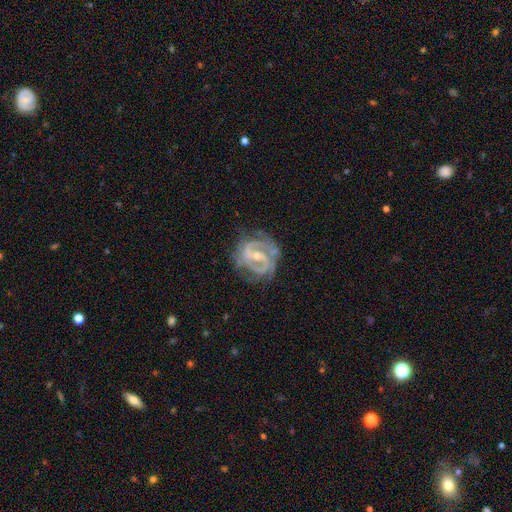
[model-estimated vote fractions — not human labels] A featured or disk galaxy (89%) with a weak bar (42%), 2 (63%) tight (54%) spiral arms (96%) and a small central bulge (55%). Merging: none (68%).